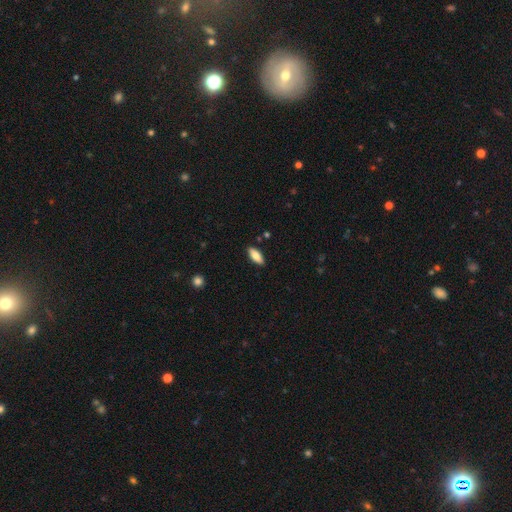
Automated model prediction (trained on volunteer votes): The model was most divided on "how rounded": in between: 79%, cigar-shaped: 19%, round: 2%. More confident: merging — none (88%); smooth or featured — smooth (81%).